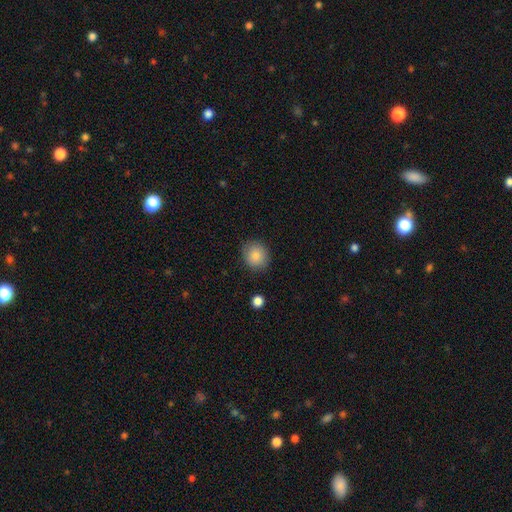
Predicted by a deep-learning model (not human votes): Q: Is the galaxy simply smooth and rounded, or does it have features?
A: smooth — 85%.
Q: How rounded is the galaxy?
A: round — 80%.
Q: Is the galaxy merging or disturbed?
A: none — 84%.